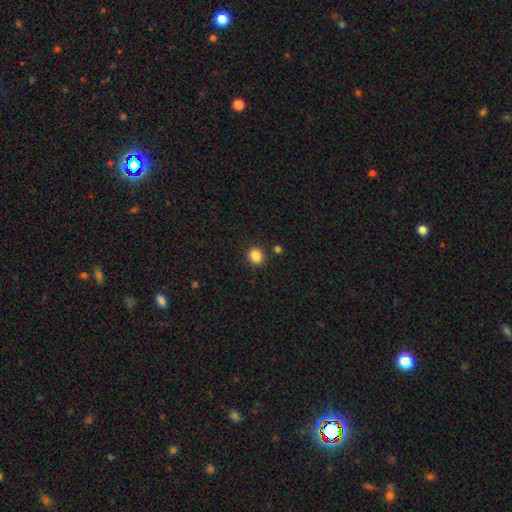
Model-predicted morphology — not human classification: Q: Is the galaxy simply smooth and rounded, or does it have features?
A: smooth — 86%.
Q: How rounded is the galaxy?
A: round — 78%.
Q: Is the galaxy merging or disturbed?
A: none — 86%.